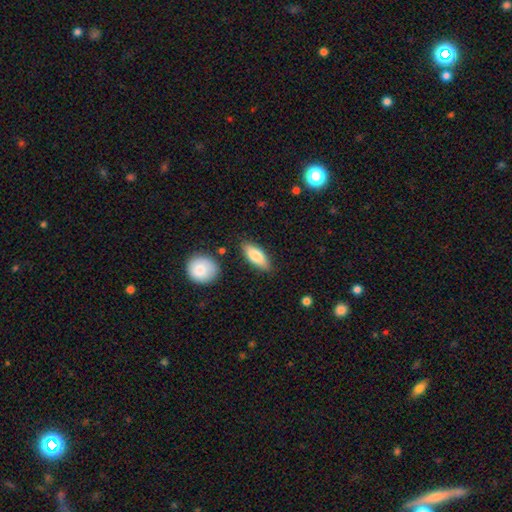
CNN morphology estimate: Smooth or featured? smooth (80%)
How rounded? in between (75%)
Merging? none (82%)